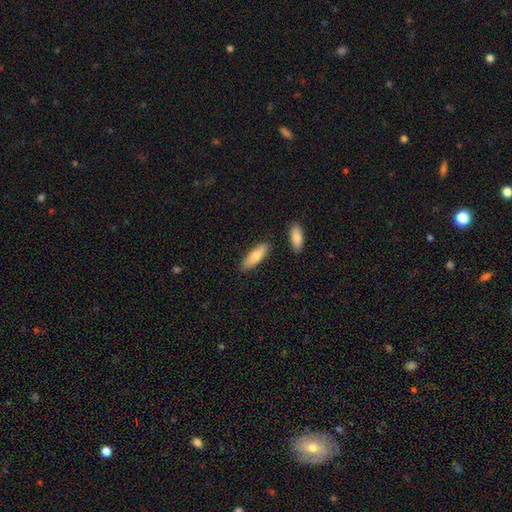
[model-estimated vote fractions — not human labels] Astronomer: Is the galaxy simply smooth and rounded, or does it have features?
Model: smooth — 77%.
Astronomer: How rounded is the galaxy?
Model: cigar-shaped — 50% (runner-up: in between, 48%).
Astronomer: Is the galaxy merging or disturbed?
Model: none — 83%.